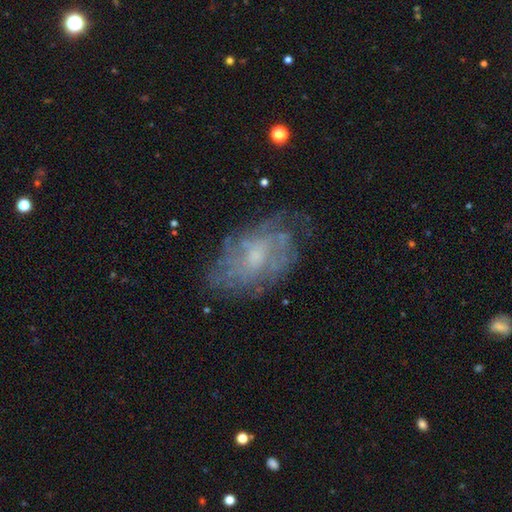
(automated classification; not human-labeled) smooth-or-featured: featured or disk: 68% | smooth: 23% | star or artifact: 9%
  disk-edge-on: no: 95% | yes: 5%
    bar: no: 72% | weak: 25% | strong: 3%
    has-spiral-arms: yes: 68% | no: 32%
    bulge-size: small: 51% | moderate: 36% | none: 9% | large: 3% | dominant: 1%
  merging: none: 64% | minor disturbance: 22% | major disturbance: 12% | merger: 2%